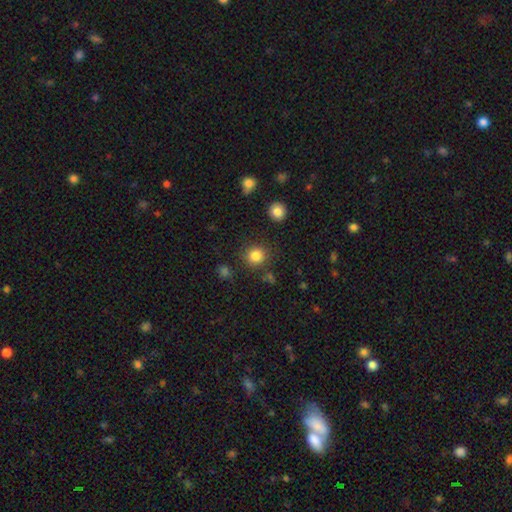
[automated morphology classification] This appears to be a smooth galaxy with no disk features (84%) that is round (91%). Merging: none (86%).